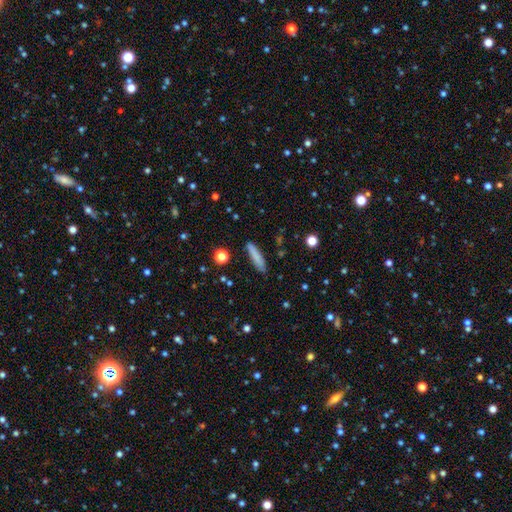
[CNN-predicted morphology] Q: Smooth or featured?
A: smooth (80%); runner-up: featured or disk (12%)
Q: How rounded?
A: cigar-shaped (83%); runner-up: in between (15%)
Q: Merging?
A: none (82%); runner-up: minor disturbance (13%)